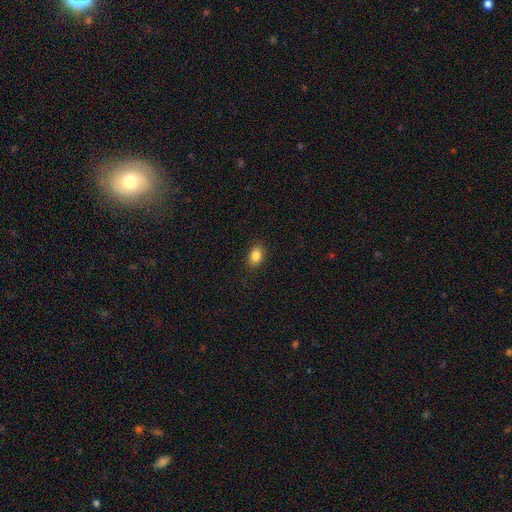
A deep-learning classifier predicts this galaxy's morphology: Overall: smooth (85%). How rounded: in between (81%). Merging: none (88%).